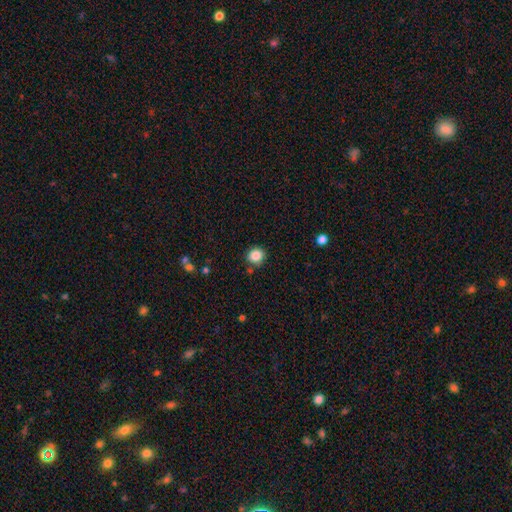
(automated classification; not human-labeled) Smooth or featured?
  - smooth: 86% *
  - star or artifact: 10%
  - featured or disk: 4%
How rounded?
  - round: 83% *
  - in between: 16%
  - cigar-shaped: 1%
Merging?
  - none: 83% *
  - minor disturbance: 10%
  - merger: 4%
  - major disturbance: 3%